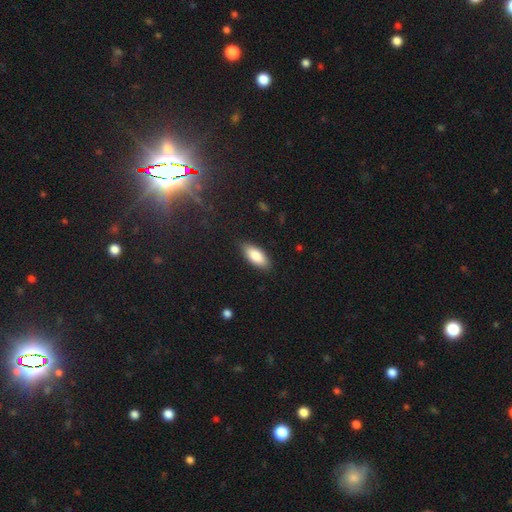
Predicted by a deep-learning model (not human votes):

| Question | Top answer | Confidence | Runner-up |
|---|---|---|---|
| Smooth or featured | smooth | 85% | featured or disk (9%) |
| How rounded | in between | 84% | cigar-shaped (14%) |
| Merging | none | 86% | minor disturbance (11%) |